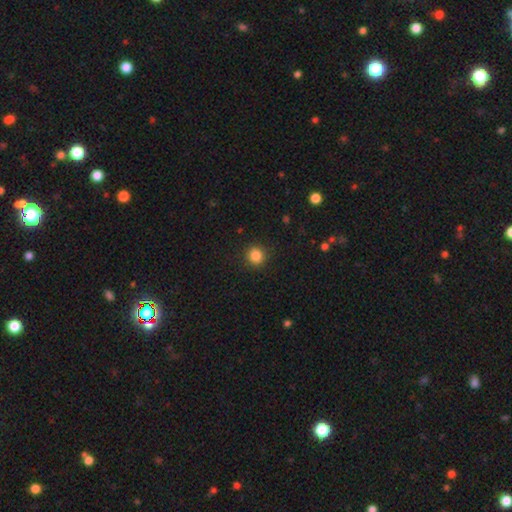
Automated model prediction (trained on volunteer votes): Smooth or featured? Predicted: smooth (p=0.85). How rounded? Predicted: round (p=0.91). Merging? Predicted: none (p=0.90).